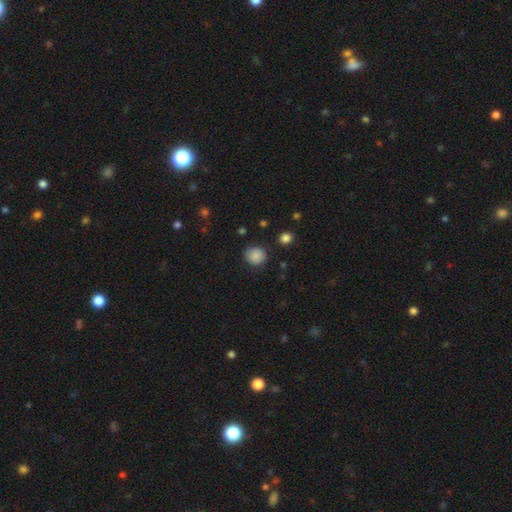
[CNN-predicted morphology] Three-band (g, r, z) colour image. It shows a smooth galaxy with no disk features (87%) that is round (84%). Merging: none (82%).